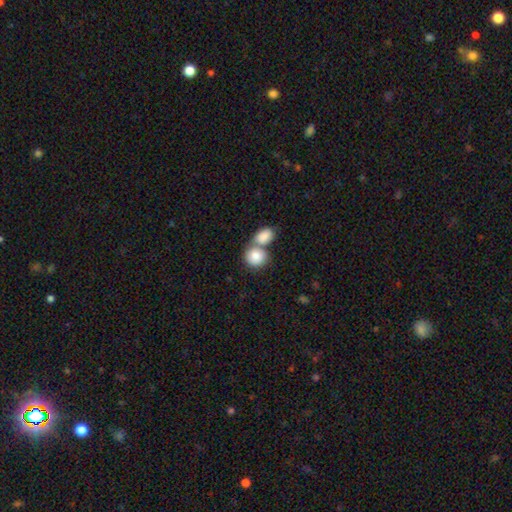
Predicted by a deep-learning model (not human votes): The model was most divided on "merging": merger: 59%, none: 31%, minor disturbance: 7%, major disturbance: 3%. More confident: smooth or featured — smooth (83%); how rounded — round (70%).